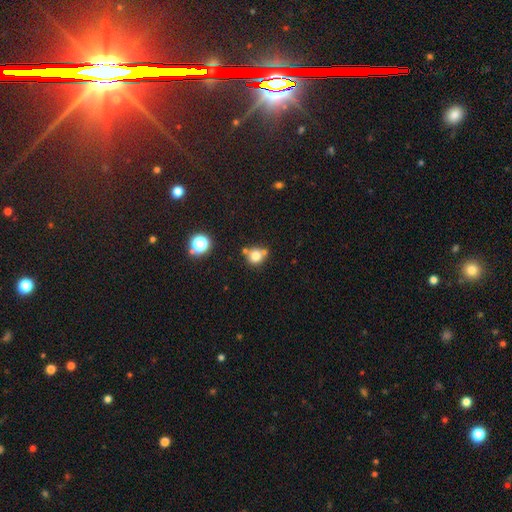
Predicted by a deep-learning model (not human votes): A smooth galaxy with no disk features (75%) that is round (82%).

Vote fractions:
- Smooth or featured? smooth: 75% / star or artifact: 14% / featured or disk: 11%
- How rounded? round: 82% / in between: 17% / cigar-shaped: 1%
- Merging? none: 54% / merger: 24% / minor disturbance: 17% / major disturbance: 6%